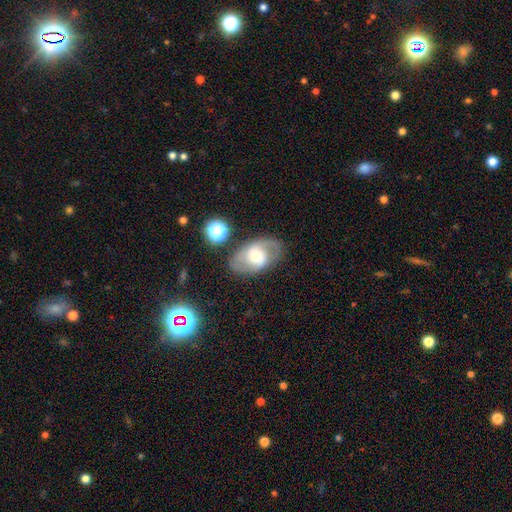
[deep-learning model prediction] Q: Smooth or featured?
A: featured or disk (62%); runner-up: smooth (30%)
Q: Edge-on disk?
A: no (94%); runner-up: yes (6%)
Q: Bar?
A: no (58%); runner-up: weak (32%)
Q: Spiral arms?
A: yes (72%); runner-up: no (28%)
Q: Bulge size?
A: moderate (58%); runner-up: small (29%)
Q: Merging?
A: none (70%); runner-up: minor disturbance (17%)